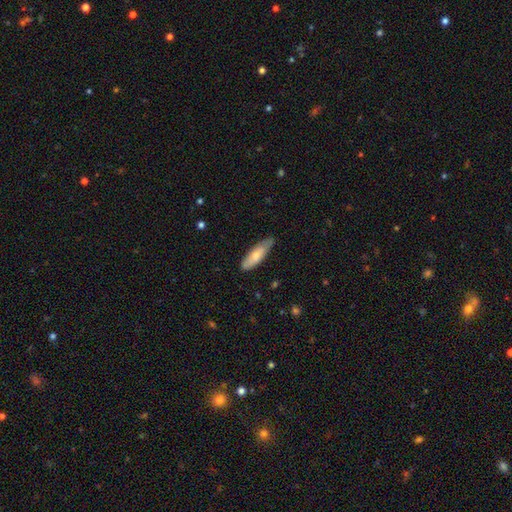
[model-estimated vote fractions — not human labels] A smooth galaxy with no disk features (73%) that is cigar-shaped (55%).

Vote fractions:
- Smooth or featured? smooth: 73% / featured or disk: 21% / star or artifact: 5%
- How rounded? cigar-shaped: 55% / in between: 43% / round: 2%
- Merging? none: 73% / minor disturbance: 22% / major disturbance: 3% / merger: 1%